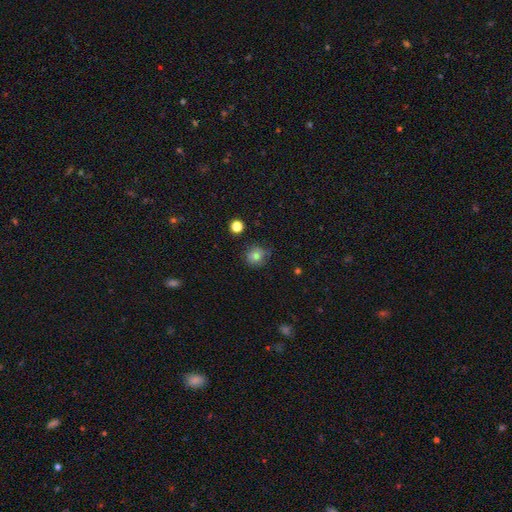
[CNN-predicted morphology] smooth-or-featured: smooth: 77% | star or artifact: 13% | featured or disk: 10%
  how-rounded: round: 87% | in between: 12% | cigar-shaped: 1%
  merging: none: 75% | minor disturbance: 19% | major disturbance: 4% | merger: 2%